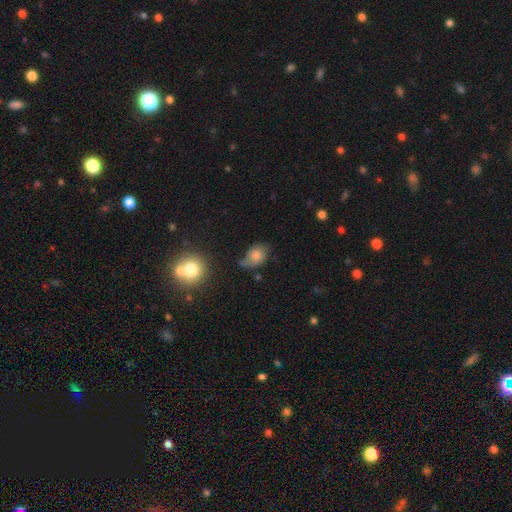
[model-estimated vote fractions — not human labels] The model was most divided on "merging": none: 42%, minor disturbance: 36%, major disturbance: 14%, merger: 7%. More confident: smooth or featured — smooth (75%); how rounded — in between (71%).